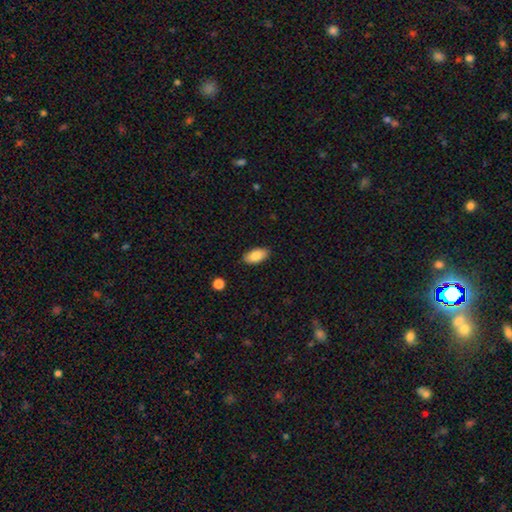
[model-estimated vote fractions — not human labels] smooth 85%, featured or disk 8%, star or artifact 7%. Down the decision tree: how rounded — in between (93%); merging — none (86%).